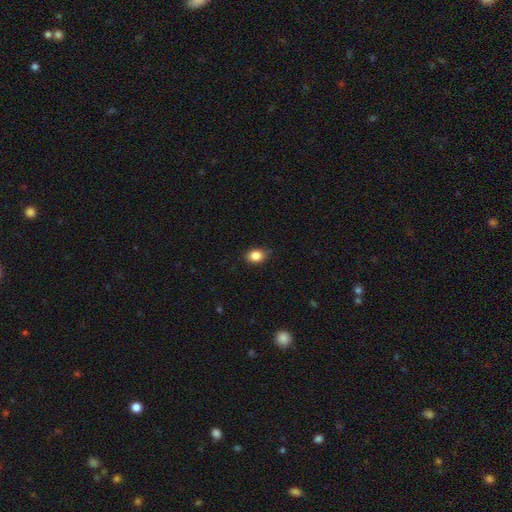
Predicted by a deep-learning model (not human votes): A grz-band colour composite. It shows a smooth galaxy with no disk features (86%) that is in between round and cigar-shaped (57%). Merging: none (82%).